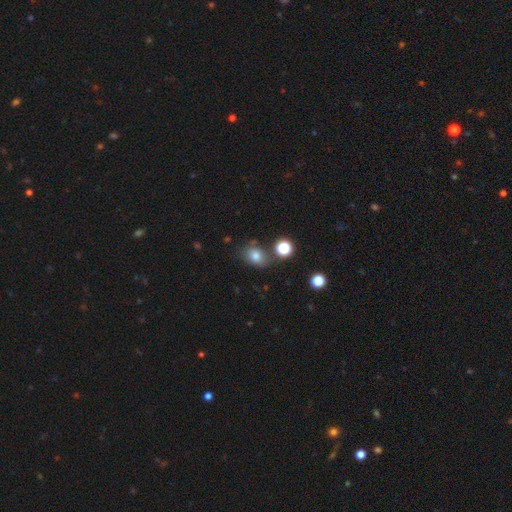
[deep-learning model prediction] A smooth galaxy with no disk features (77%) that is in between round and cigar-shaped (60%).

Vote fractions:
- Smooth or featured? smooth: 77% / star or artifact: 14% / featured or disk: 10%
- How rounded? in between: 60% / round: 38% / cigar-shaped: 1%
- Merging? none: 70% / minor disturbance: 16% / merger: 9% / major disturbance: 5%